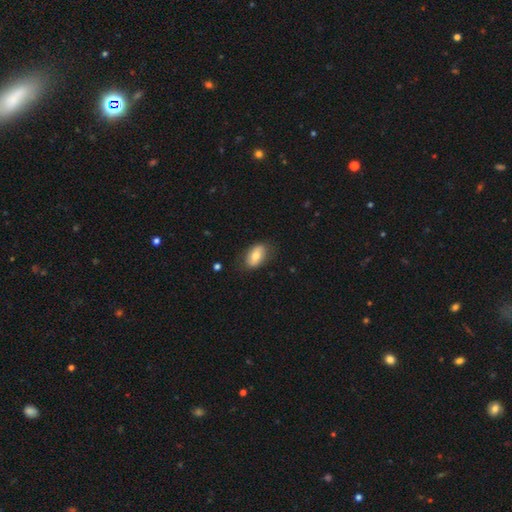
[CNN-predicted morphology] The model was most divided on "smooth or featured": smooth: 69%, featured or disk: 24%, star or artifact: 7%. More confident: how rounded — in between (90%); merging — none (78%).